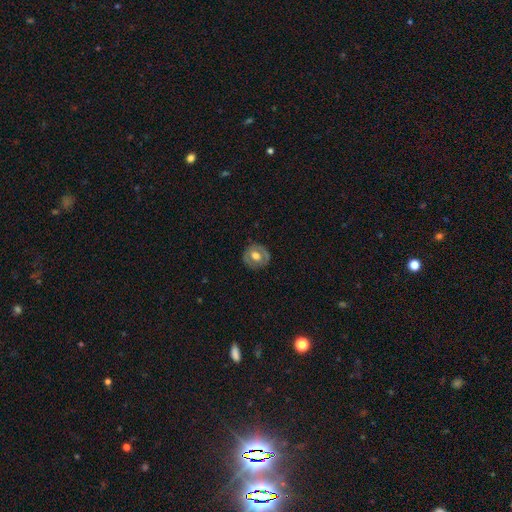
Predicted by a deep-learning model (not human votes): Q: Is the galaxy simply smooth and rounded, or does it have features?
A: featured or disk — 50%.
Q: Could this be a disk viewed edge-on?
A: no — 95%.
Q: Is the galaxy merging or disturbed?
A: none — 83%.